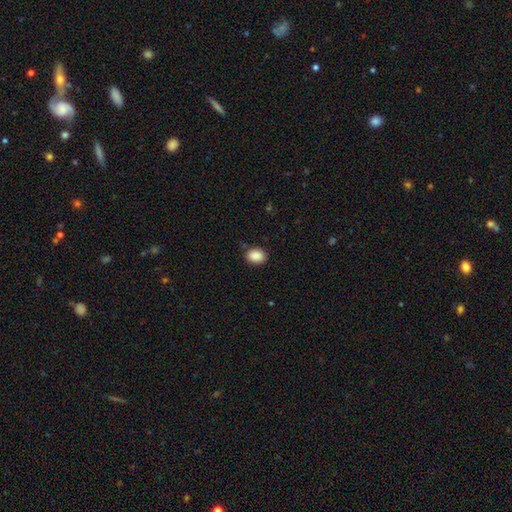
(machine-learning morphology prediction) Smooth or featured: smooth — 89% (star or artifact — 8%)
How rounded: in between — 63% (round — 36%)
Merging: none — 86% (minor disturbance — 10%)